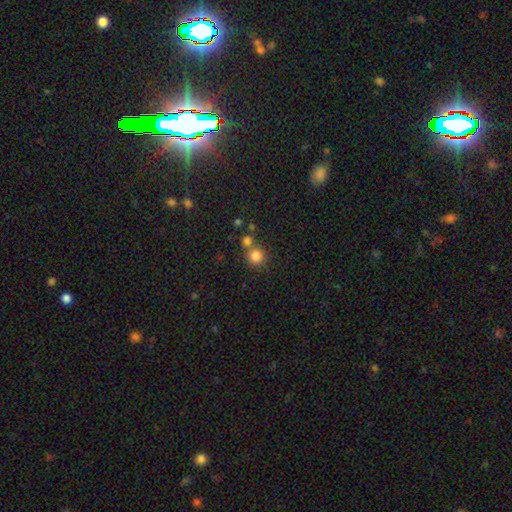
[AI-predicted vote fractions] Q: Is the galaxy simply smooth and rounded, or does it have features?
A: smooth — 82%.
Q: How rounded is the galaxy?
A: round — 92%.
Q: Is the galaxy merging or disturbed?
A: none — 63%.